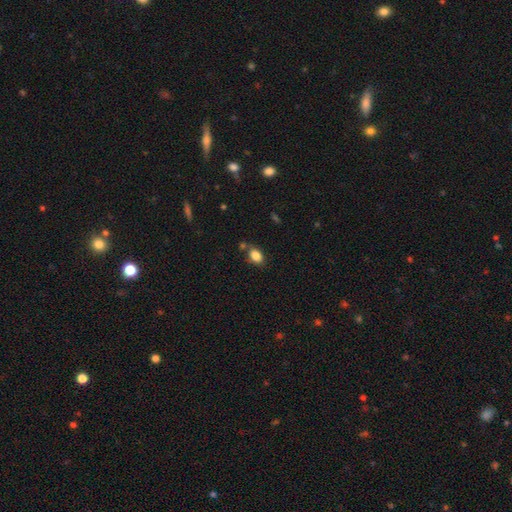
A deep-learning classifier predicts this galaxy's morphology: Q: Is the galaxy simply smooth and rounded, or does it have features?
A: smooth — 85%.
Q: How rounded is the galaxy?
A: in between — 82%.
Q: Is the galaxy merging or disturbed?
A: none — 68%.